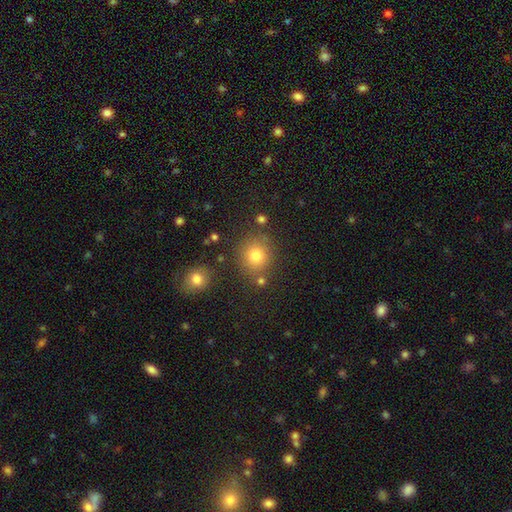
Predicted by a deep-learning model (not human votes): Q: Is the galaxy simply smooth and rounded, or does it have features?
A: smooth — 77%.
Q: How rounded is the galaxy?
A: round — 85%.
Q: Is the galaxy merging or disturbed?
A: none — 80%.